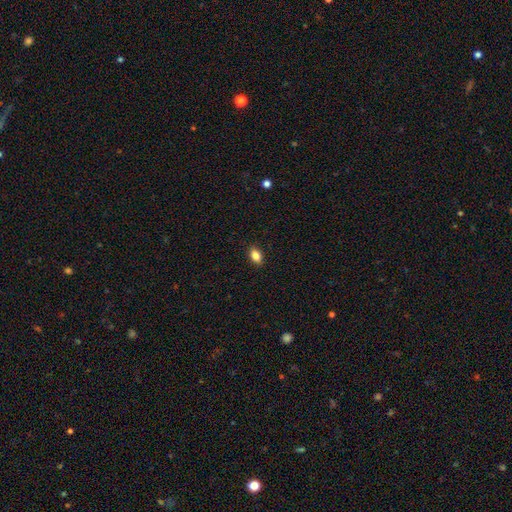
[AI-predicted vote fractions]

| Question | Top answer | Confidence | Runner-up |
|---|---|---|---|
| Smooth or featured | smooth | 86% | star or artifact (9%) |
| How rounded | in between | 84% | round (14%) |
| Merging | none | 89% | minor disturbance (8%) |